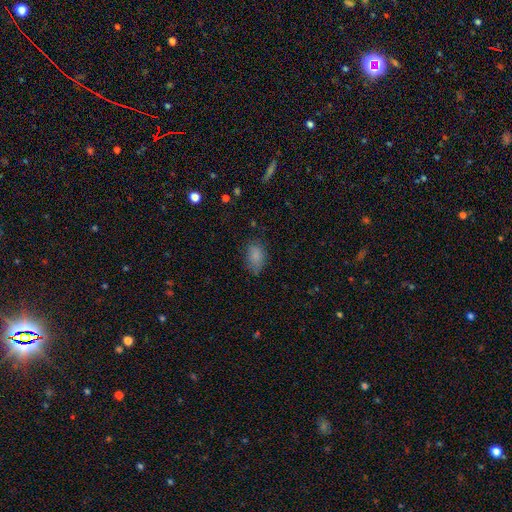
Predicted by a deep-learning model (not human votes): smooth_or_featured: smooth (p=0.84) [alt: star or artifact p=0.09]
how_rounded: in between (p=0.87) [alt: round p=0.11]
merging: none (p=0.67) [alt: minor disturbance p=0.24]